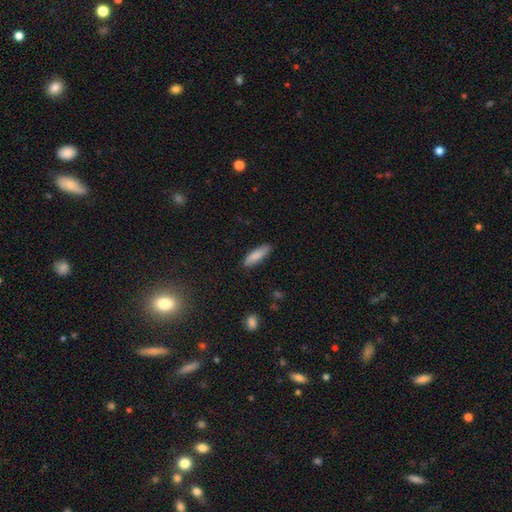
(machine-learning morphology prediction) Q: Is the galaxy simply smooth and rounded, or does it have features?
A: smooth — 83%.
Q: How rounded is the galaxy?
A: cigar-shaped — 57%.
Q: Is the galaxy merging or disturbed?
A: none — 82%.